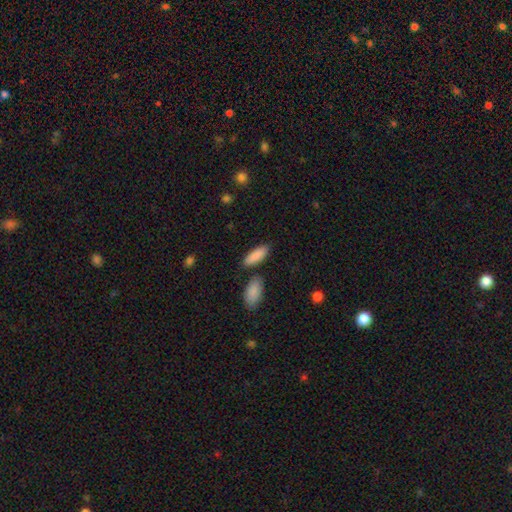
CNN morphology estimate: smooth_or_featured: smooth (p=0.88) [alt: featured or disk p=0.06]
how_rounded: in between (p=0.66) [alt: cigar-shaped p=0.32]
merging: none (p=0.80) [alt: minor disturbance p=0.11]